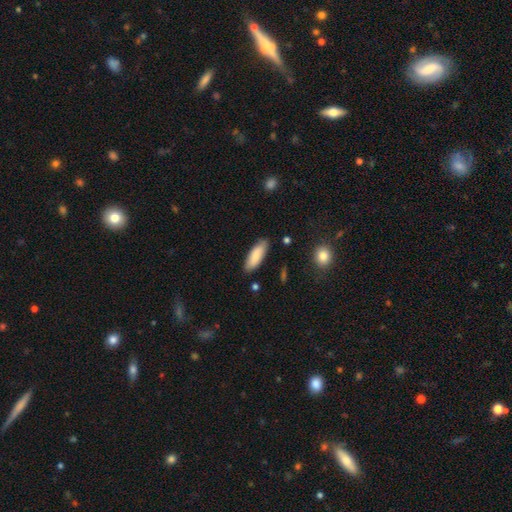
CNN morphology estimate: type=smooth (84%); roundness=in between (65%); merging=none (84%).